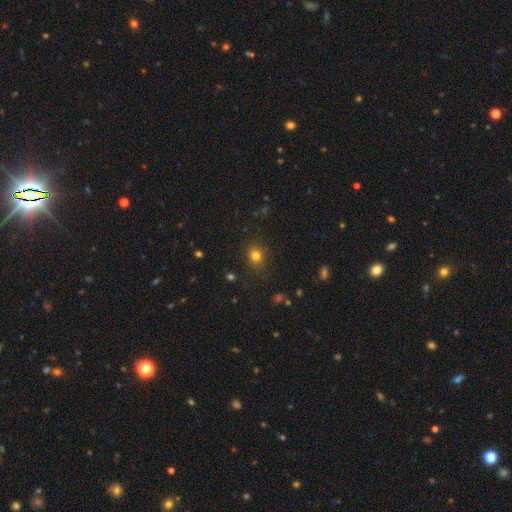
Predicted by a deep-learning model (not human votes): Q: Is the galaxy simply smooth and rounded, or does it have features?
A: smooth — 79%.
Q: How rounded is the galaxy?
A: round — 74%.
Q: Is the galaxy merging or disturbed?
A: none — 86%.